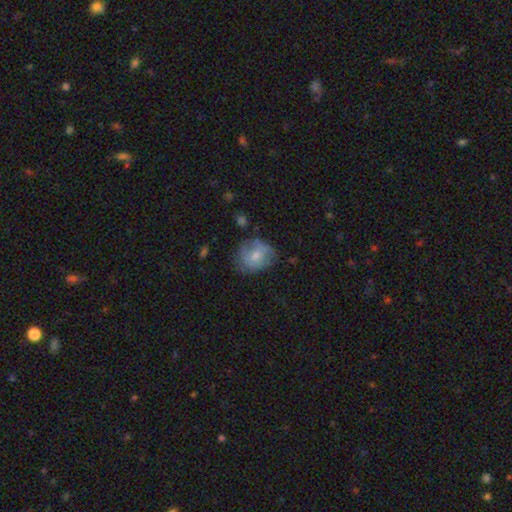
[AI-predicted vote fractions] Smooth or featured: smooth — 59% (featured or disk — 34%)
How rounded: round — 65% (in between — 34%)
Merging: none — 57% (minor disturbance — 29%)